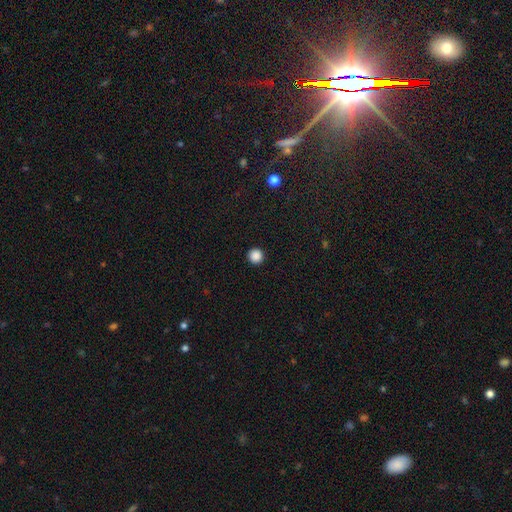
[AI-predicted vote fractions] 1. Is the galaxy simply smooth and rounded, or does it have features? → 88% smooth, 10% star or artifact, 2% featured or disk.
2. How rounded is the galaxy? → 96% round, 3% in between, 1% cigar-shaped.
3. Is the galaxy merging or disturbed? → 94% none, 4% minor disturbance, 1% major disturbance, 1% merger.